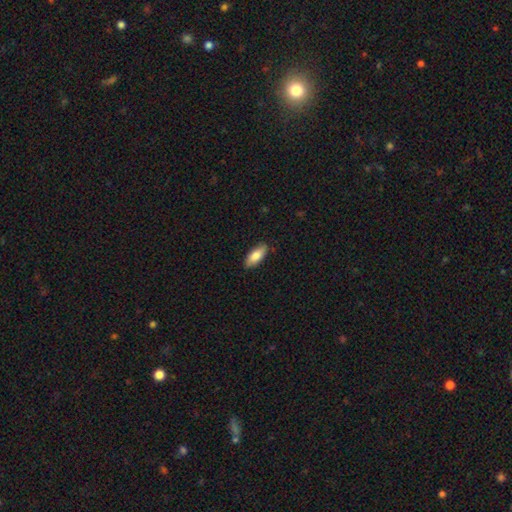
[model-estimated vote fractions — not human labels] This appears to be a smooth galaxy with no disk features (83%) that is in between round and cigar-shaped (83%). Merging: none (87%).